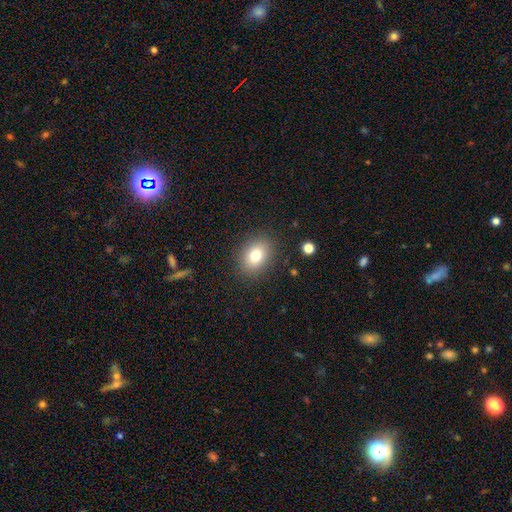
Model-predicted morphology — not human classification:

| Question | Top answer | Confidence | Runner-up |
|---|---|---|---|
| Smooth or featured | smooth | 78% | featured or disk (11%) |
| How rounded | in between | 65% | round (34%) |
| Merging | none | 86% | minor disturbance (9%) |